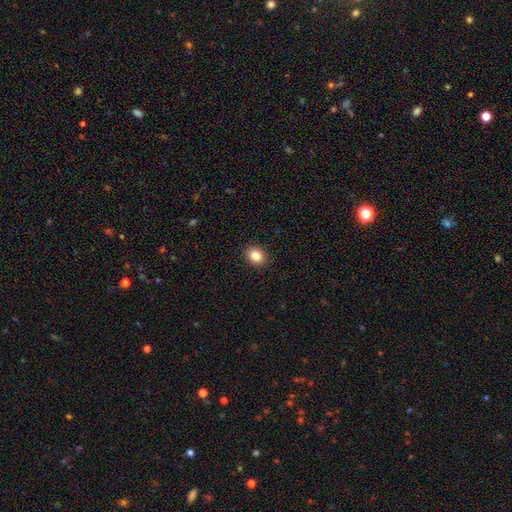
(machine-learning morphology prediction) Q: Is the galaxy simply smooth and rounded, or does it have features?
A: smooth — 83%.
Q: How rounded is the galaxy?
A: round — 60%.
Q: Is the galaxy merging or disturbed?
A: none — 91%.